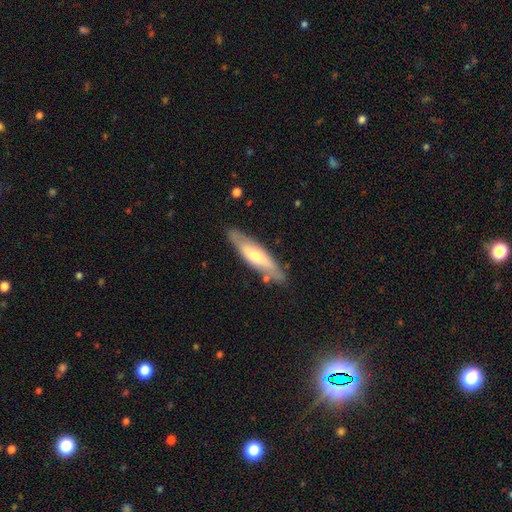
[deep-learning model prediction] This is possibly a featured or disk galaxy (51%). It is possibly viewed edge-on (58%). Merging: clearly none (81%).